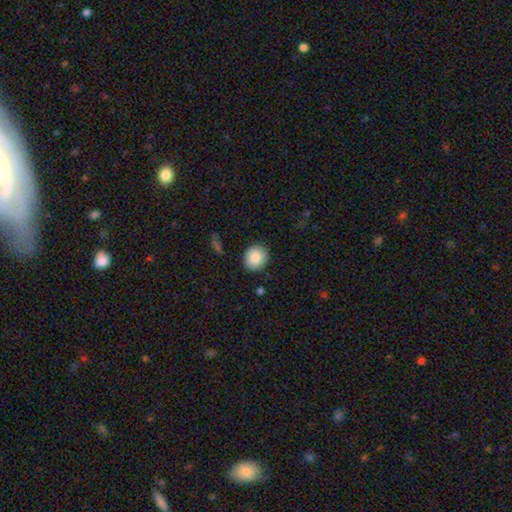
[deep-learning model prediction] A smooth galaxy with no disk features (85%) that is round (83%). Merging: none (90%).